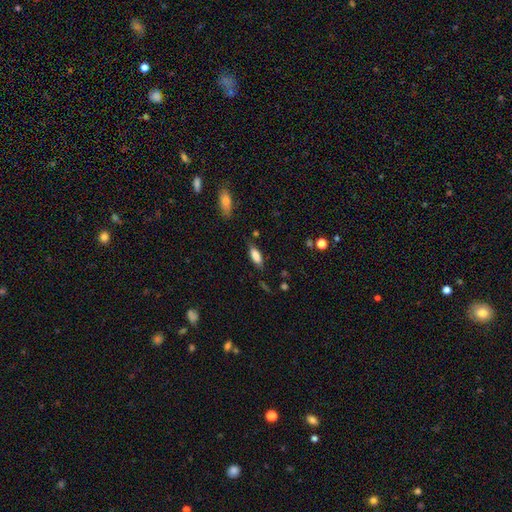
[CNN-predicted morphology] Smooth or featured?
  - smooth: 82% *
  - featured or disk: 11%
  - star or artifact: 7%
How rounded?
  - in between: 74% *
  - cigar-shaped: 24%
  - round: 2%
Merging?
  - none: 75% *
  - minor disturbance: 19%
  - major disturbance: 4%
  - merger: 2%